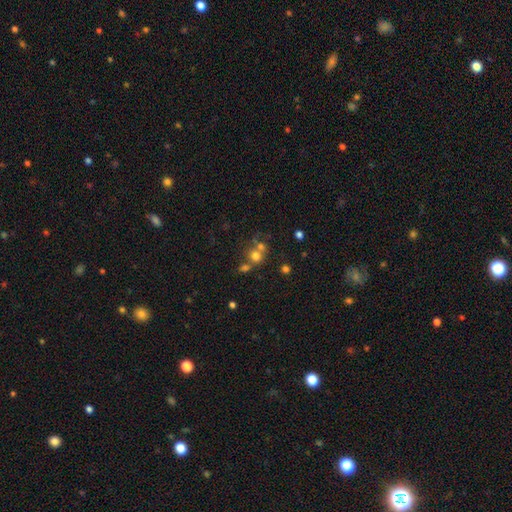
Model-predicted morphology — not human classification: type=smooth (67%); roundness=round (81%); merging=none (47%).